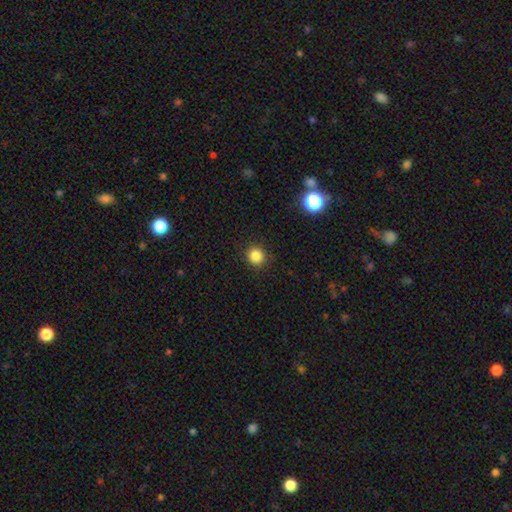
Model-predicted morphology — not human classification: type=smooth (85%); roundness=round (92%); merging=none (91%).